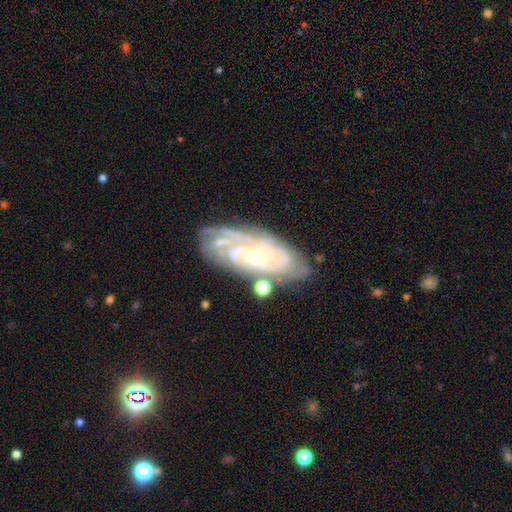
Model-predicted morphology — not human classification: featured or disk 87%, smooth 7%, star or artifact 6%. Down the decision tree: edge-on disk — no (94%); bar — no (70%); spiral arms — yes (97%); spiral arm count — 4 (28%); spiral winding — tight (74%); bulge size — small (69%); merging — none (72%).